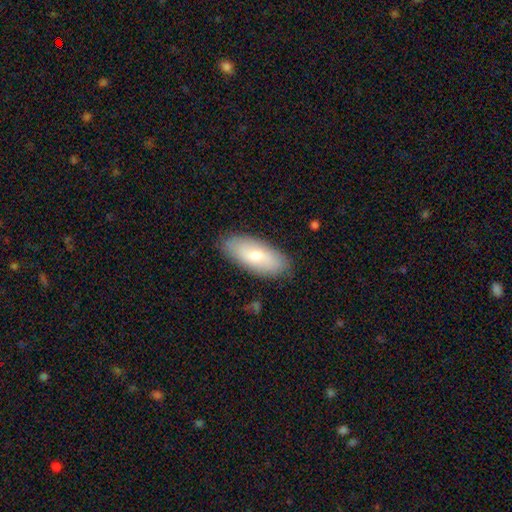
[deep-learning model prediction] smooth_or_featured: smooth (p=0.70) [alt: featured or disk p=0.24]
how_rounded: in between (p=0.85) [alt: cigar-shaped p=0.13]
merging: none (p=0.85) [alt: minor disturbance p=0.11]